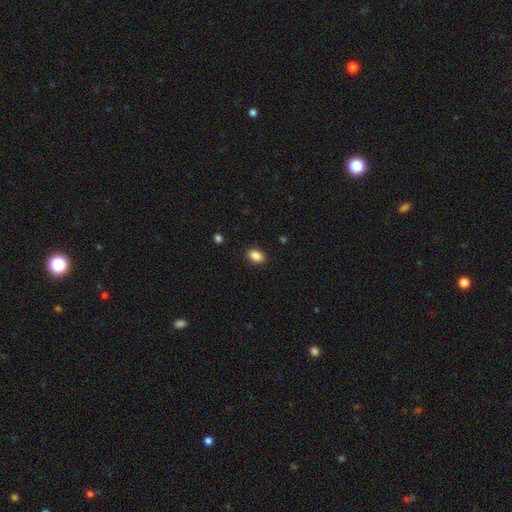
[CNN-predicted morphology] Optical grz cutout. It shows a smooth galaxy with no disk features (88%) that is in between round and cigar-shaped (87%). Merging: none (89%).